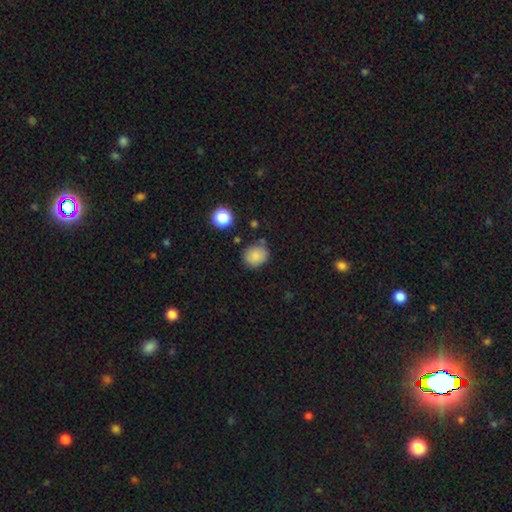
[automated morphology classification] smooth-or-featured: smooth: 84% | star or artifact: 10% | featured or disk: 6%
  how-rounded: round: 69% | in between: 30% | cigar-shaped: 1%
  merging: none: 77% | minor disturbance: 15% | merger: 4% | major disturbance: 4%